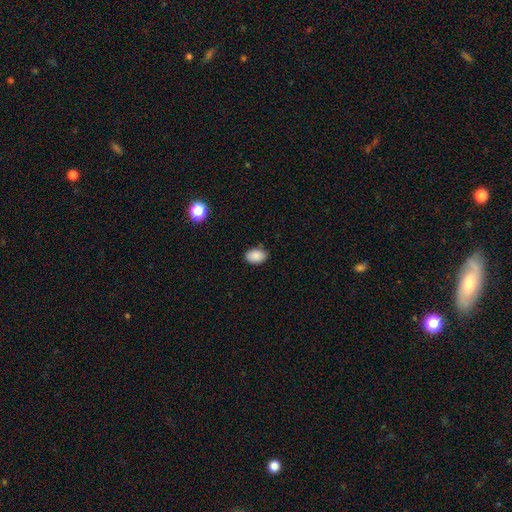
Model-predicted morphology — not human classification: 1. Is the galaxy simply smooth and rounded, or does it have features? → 88% smooth, 8% star or artifact, 4% featured or disk.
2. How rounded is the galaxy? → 84% in between, 15% round, 1% cigar-shaped.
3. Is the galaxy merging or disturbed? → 83% none, 13% minor disturbance, 2% major disturbance, 1% merger.